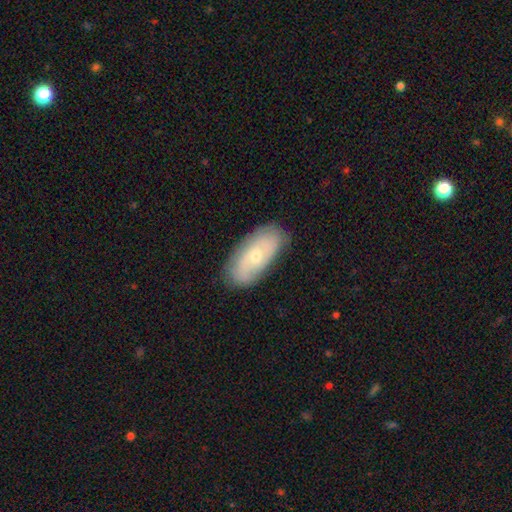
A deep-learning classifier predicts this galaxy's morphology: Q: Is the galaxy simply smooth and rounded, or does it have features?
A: featured or disk — 47%.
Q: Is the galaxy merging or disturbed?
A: none — 79%.